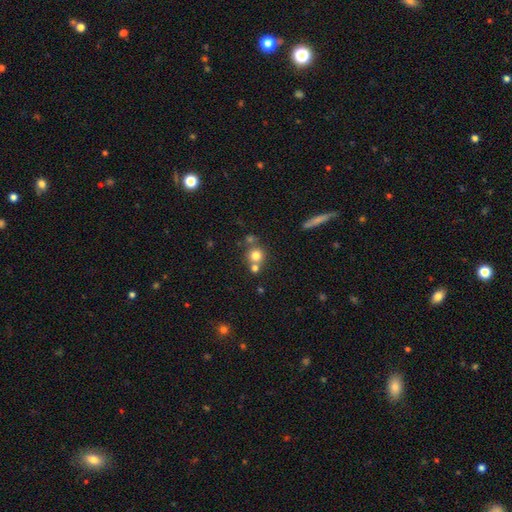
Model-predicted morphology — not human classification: A smooth galaxy with no disk features (76%) that is round (90%).

Vote fractions:
- Smooth or featured? smooth: 76% / star or artifact: 13% / featured or disk: 11%
- How rounded? round: 90% / in between: 9% / cigar-shaped: 1%
- Merging? none: 58% / merger: 31% / minor disturbance: 8% / major disturbance: 3%